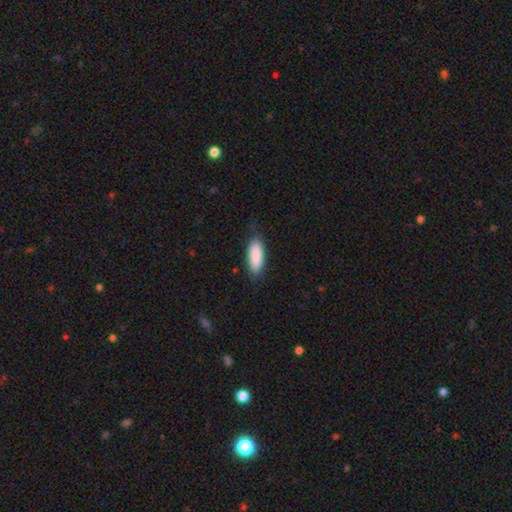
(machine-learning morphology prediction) This is clearly a smooth galaxy (87%). How rounded: likely in between (75%). Merging: likely none (74%).